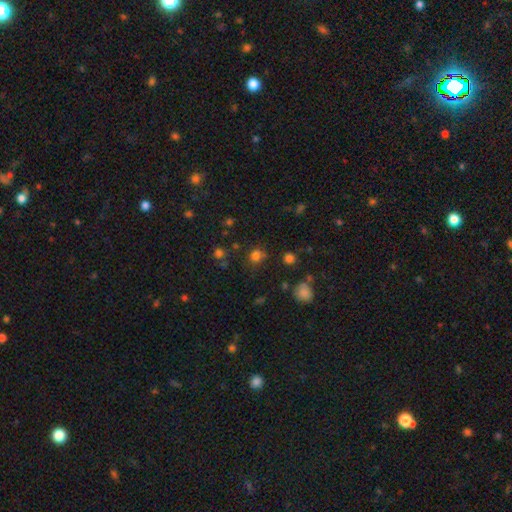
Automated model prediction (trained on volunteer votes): Smooth or featured?
  - smooth: 75% *
  - star or artifact: 20%
  - featured or disk: 6%
How rounded?
  - round: 80% *
  - in between: 19%
  - cigar-shaped: 1%
Merging?
  - none: 74% *
  - minor disturbance: 13%
  - merger: 7%
  - major disturbance: 5%